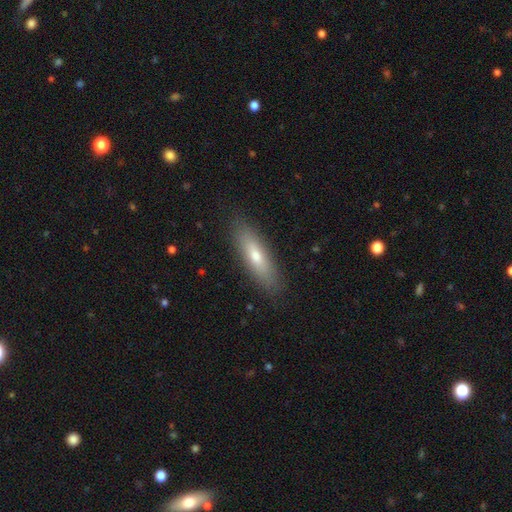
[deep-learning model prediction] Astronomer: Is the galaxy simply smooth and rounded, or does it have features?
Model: smooth — 65%.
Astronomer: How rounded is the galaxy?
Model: cigar-shaped — 60% (runner-up: in between, 37%).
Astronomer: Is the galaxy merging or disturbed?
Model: none — 87%.